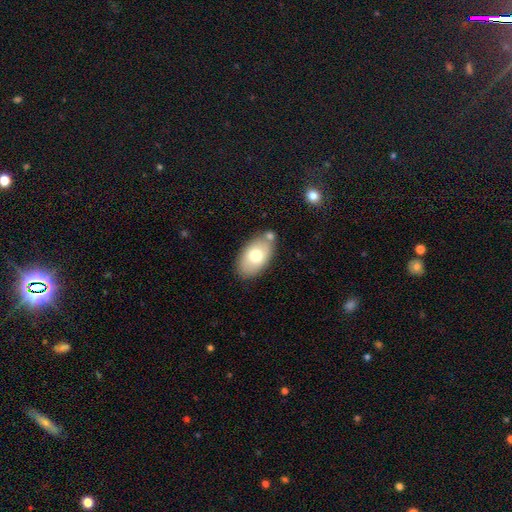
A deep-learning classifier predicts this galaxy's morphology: This appears to be a smooth galaxy with no disk features (72%) that is in between round and cigar-shaped (93%). Merging: none (69%).